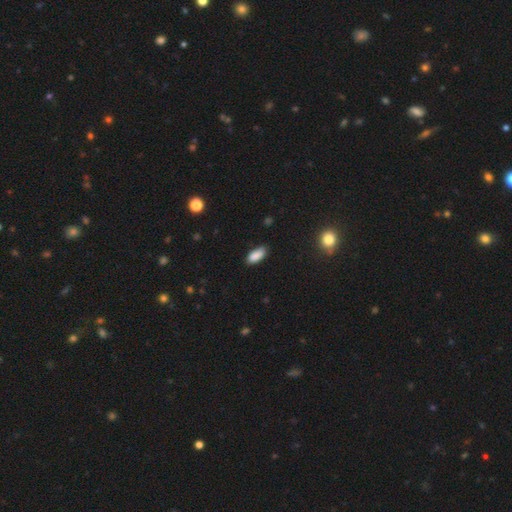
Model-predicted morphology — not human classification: Overall: smooth (88%). How rounded: in between (85%). Merging: none (80%).